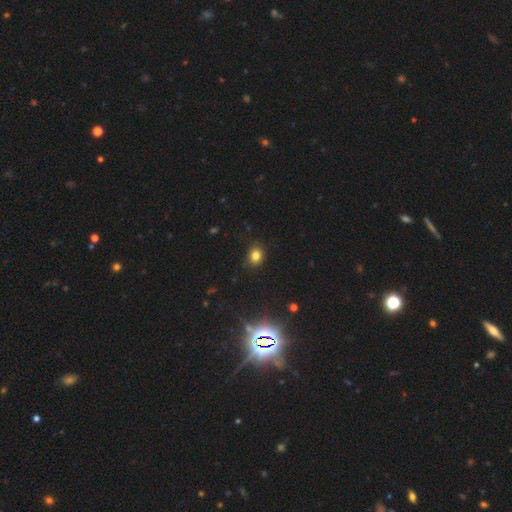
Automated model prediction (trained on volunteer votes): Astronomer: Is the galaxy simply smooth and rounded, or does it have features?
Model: smooth — 80%.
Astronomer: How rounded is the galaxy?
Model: round — 63%.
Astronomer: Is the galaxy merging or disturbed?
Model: none — 87%.